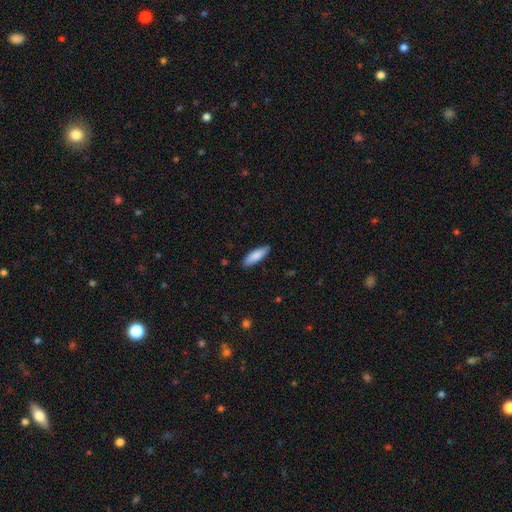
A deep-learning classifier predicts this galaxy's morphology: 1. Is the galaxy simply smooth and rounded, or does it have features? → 86% smooth, 8% featured or disk, 5% star or artifact.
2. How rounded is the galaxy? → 52% in between, 46% cigar-shaped, 1% round.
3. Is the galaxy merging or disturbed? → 88% none, 9% minor disturbance, 2% major disturbance, 1% merger.